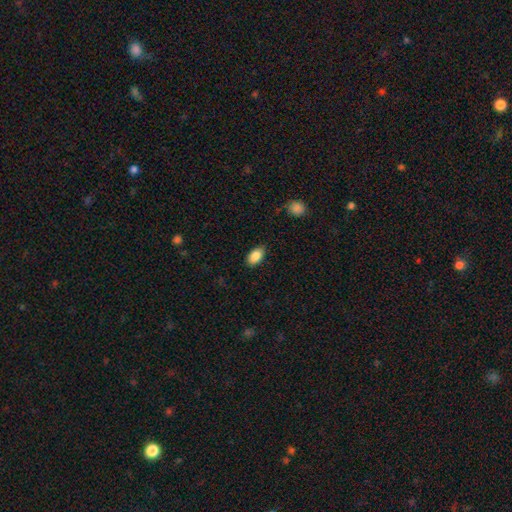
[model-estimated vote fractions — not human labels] This appears to be a smooth galaxy with no disk features (88%) that is in between round and cigar-shaped (92%). Merging: none (84%).